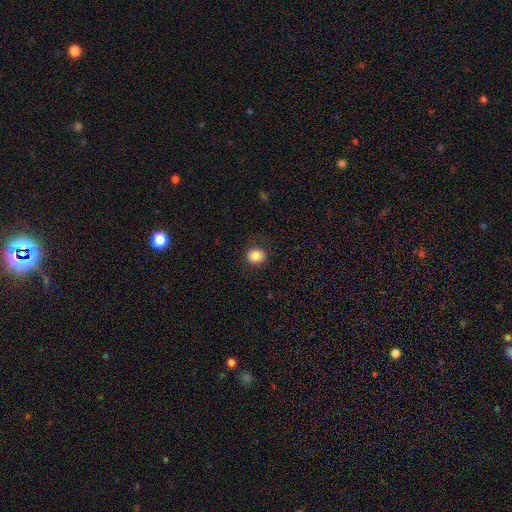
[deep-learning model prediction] The model was most divided on "how rounded": round: 78%, in between: 21%, cigar-shaped: 1%. More confident: merging — none (87%); smooth or featured — smooth (86%).